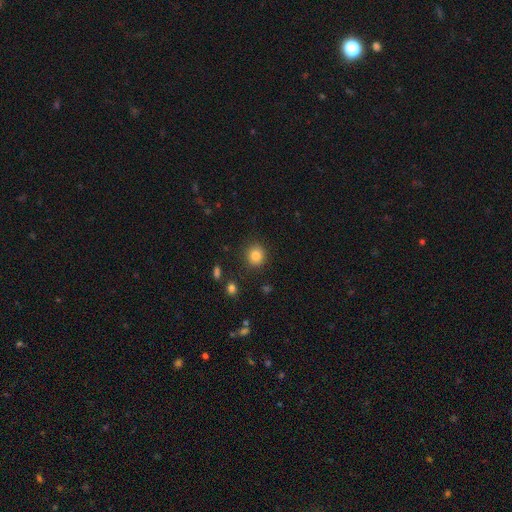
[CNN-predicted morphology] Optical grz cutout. It shows a smooth galaxy with no disk features (83%) that is round (87%). Merging: none (89%).